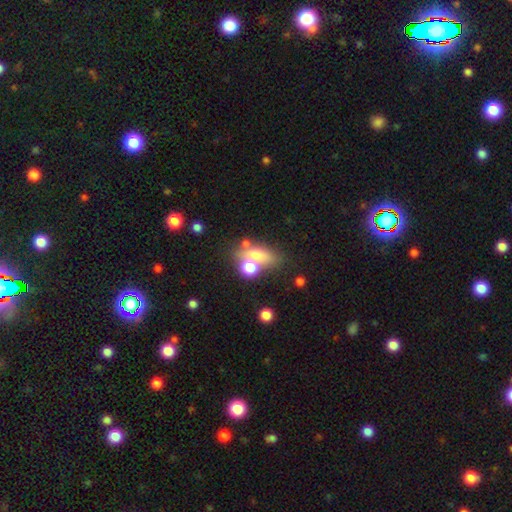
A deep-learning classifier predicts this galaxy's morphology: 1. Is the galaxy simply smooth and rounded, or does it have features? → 63% smooth, 22% featured or disk, 15% star or artifact.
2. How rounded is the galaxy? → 66% in between, 25% round, 10% cigar-shaped.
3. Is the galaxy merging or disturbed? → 44% none, 33% merger, 13% minor disturbance, 9% major disturbance.